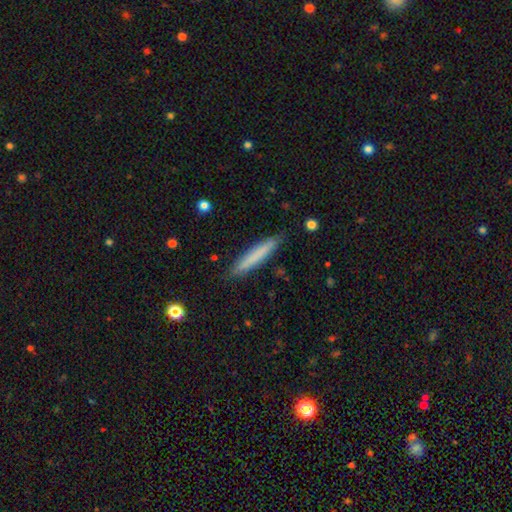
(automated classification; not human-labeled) This is likely a smooth galaxy (76%). How rounded: clearly cigar-shaped (94%). Merging: clearly none (88%).